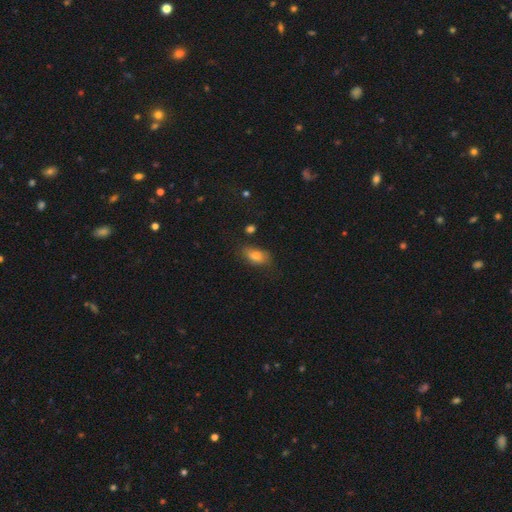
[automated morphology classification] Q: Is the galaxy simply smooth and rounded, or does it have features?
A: smooth — 77%.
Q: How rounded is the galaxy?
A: in between — 86%.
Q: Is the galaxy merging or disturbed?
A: none — 70%.